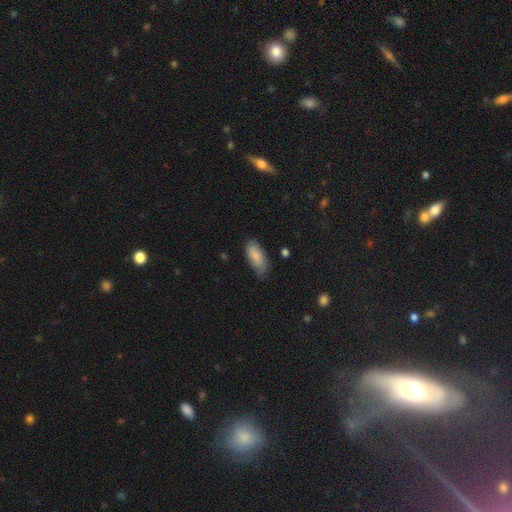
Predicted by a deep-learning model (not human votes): This appears to be a smooth galaxy with no disk features (81%) that is in between round and cigar-shaped (86%). Merging: none (67%).